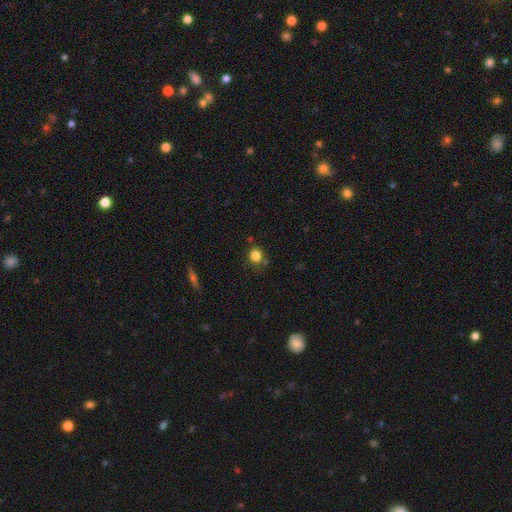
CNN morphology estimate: A smooth galaxy with no disk features (82%) that is round (83%). Merging: none (73%).